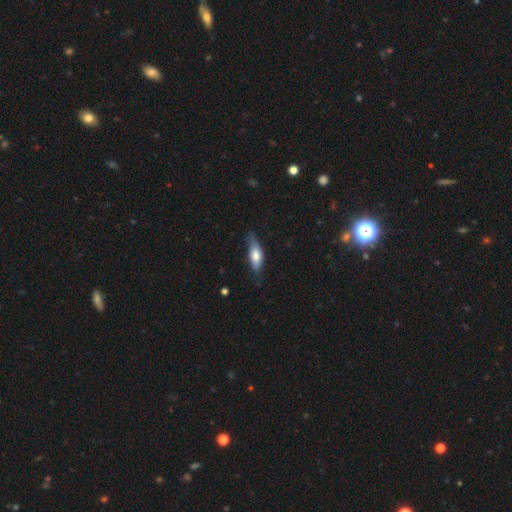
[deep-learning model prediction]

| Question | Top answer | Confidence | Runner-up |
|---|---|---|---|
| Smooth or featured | smooth | 70% | featured or disk (24%) |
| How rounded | in between | 64% | cigar-shaped (34%) |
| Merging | none | 66% | minor disturbance (27%) |